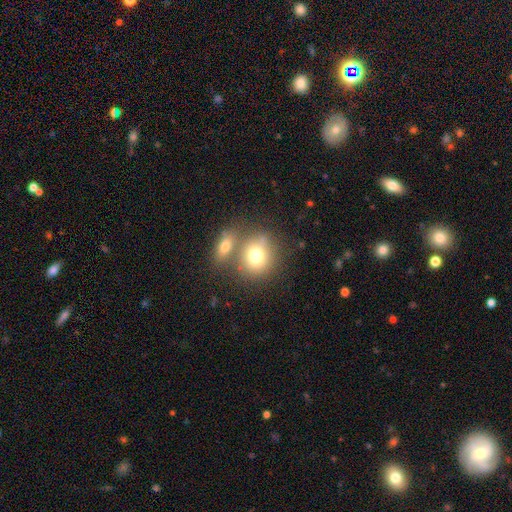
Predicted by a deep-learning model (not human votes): Overall: smooth (74%). How rounded: round (73%). Merging: none (48%; merger 37%).